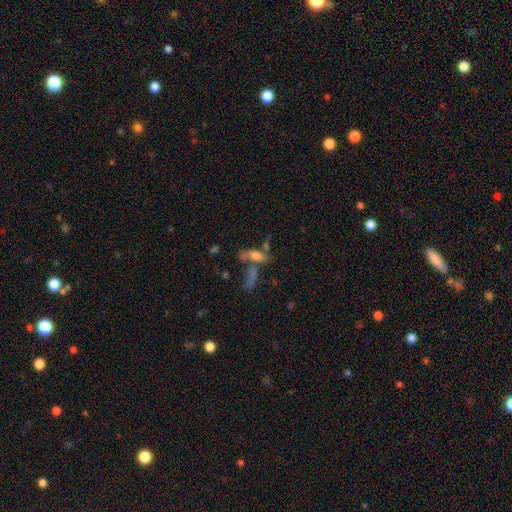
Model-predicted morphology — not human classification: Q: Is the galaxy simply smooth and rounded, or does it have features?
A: smooth — 61%.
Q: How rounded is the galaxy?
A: in between — 65%.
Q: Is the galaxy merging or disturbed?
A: merger — 38%.